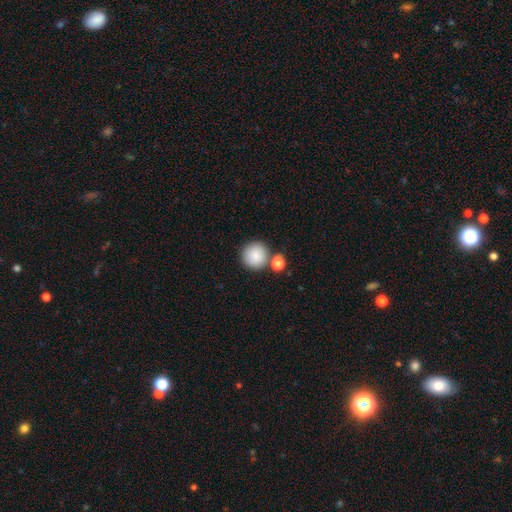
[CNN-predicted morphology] smooth-or-featured: smooth: 87% | star or artifact: 8% | featured or disk: 5%
  how-rounded: round: 94% | in between: 5% | cigar-shaped: 1%
  merging: none: 71% | merger: 16% | minor disturbance: 9% | major disturbance: 3%